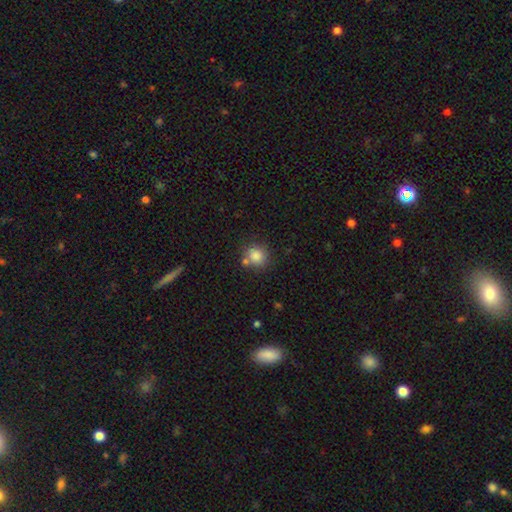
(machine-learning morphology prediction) Smooth or featured? Predicted: smooth (p=0.83). How rounded? Predicted: round (p=0.87). Merging? Predicted: none (p=0.71).